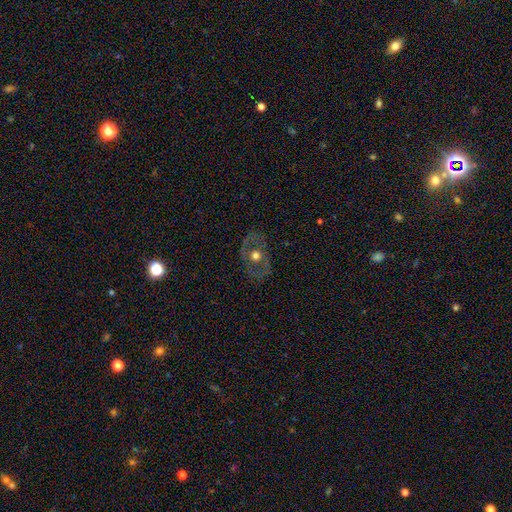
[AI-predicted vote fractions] featured or disk 59%, smooth 33%, star or artifact 8%. Down the decision tree: edge-on disk — no (92%); bar — no (88%); spiral arms — no (78%); bulge size — moderate (74%); merging — none (80%).